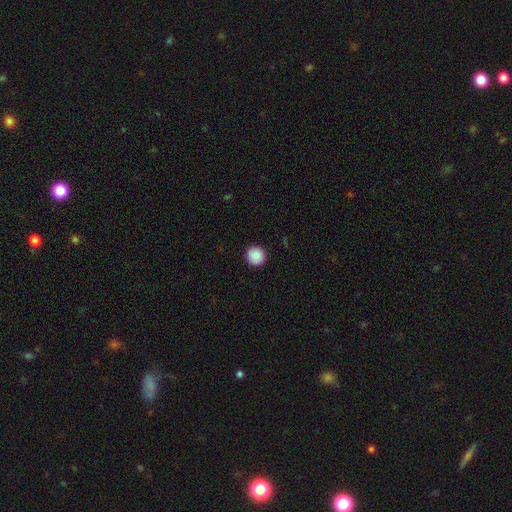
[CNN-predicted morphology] The model was most divided on "smooth or featured": smooth: 88%, star or artifact: 8%, featured or disk: 4%. More confident: how rounded — round (94%); merging — none (91%).